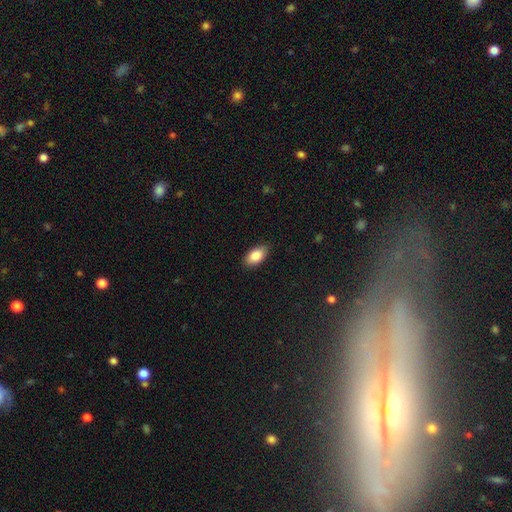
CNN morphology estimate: Smooth or featured: smooth — 87% (star or artifact — 7%)
How rounded: in between — 93% (round — 4%)
Merging: none — 86% (minor disturbance — 11%)